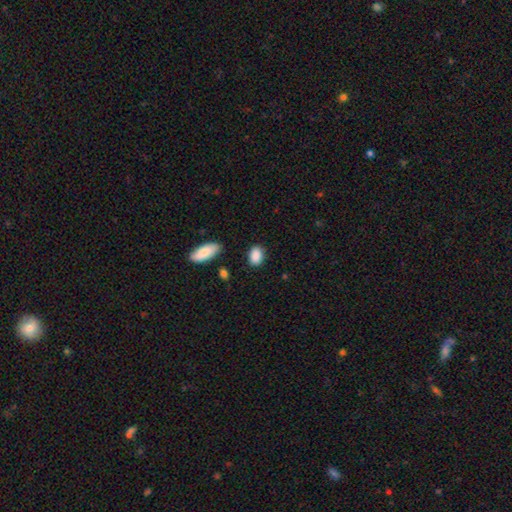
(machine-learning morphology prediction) Smooth or featured?
  - smooth: 89% *
  - star or artifact: 7%
  - featured or disk: 4%
How rounded?
  - in between: 83% *
  - round: 15%
  - cigar-shaped: 2%
Merging?
  - none: 82% *
  - minor disturbance: 12%
  - major disturbance: 3%
  - merger: 3%